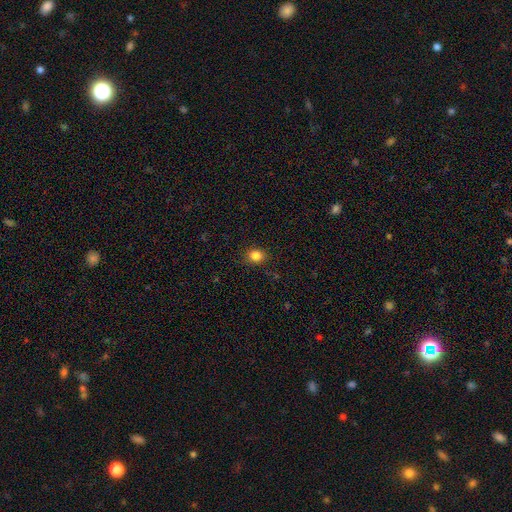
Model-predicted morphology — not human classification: A smooth galaxy with no disk features (83%) that is round (72%).

Vote fractions:
- Smooth or featured? smooth: 83% / star or artifact: 12% / featured or disk: 5%
- How rounded? round: 72% / in between: 27% / cigar-shaped: 1%
- Merging? none: 88% / minor disturbance: 9% / major disturbance: 2% / merger: 1%